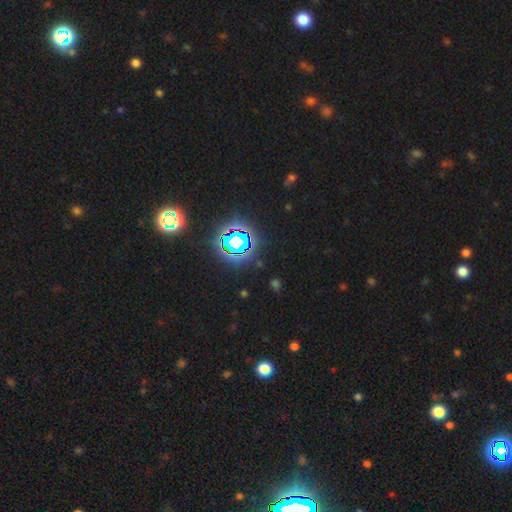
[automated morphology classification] A star or artifact, not a galaxy (82%).

Vote fractions:
- Smooth or featured? star or artifact: 82% / smooth: 11% / featured or disk: 7%